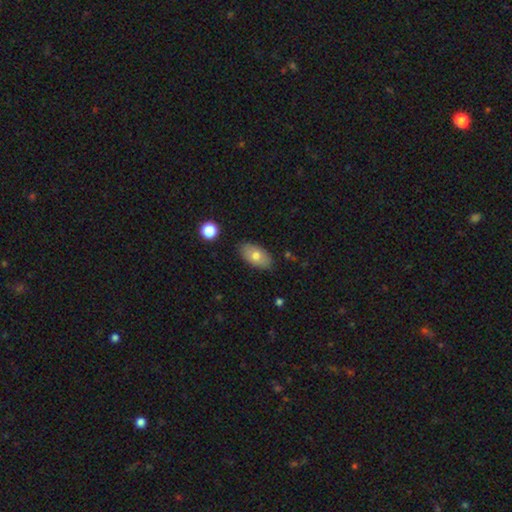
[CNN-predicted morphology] Q: Smooth or featured?
A: smooth (71%); runner-up: featured or disk (21%)
Q: How rounded?
A: in between (92%); runner-up: round (6%)
Q: Merging?
A: none (84%); runner-up: minor disturbance (12%)